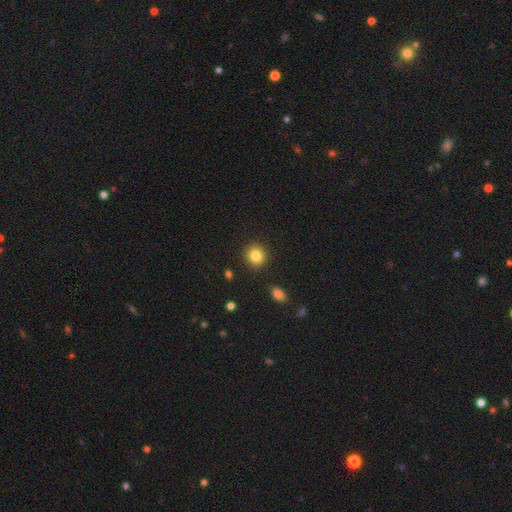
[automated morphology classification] Smooth or featured: smooth — 83% (star or artifact — 10%)
How rounded: round — 86% (in between — 13%)
Merging: none — 90% (minor disturbance — 6%)